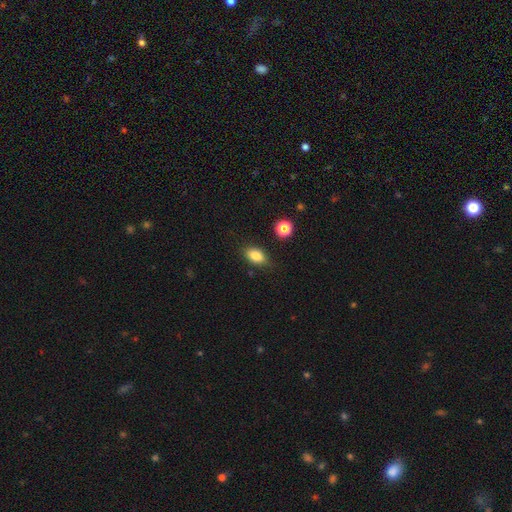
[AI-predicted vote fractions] A smooth galaxy with no disk features (84%) that is in between round and cigar-shaped (86%). Merging: none (83%).